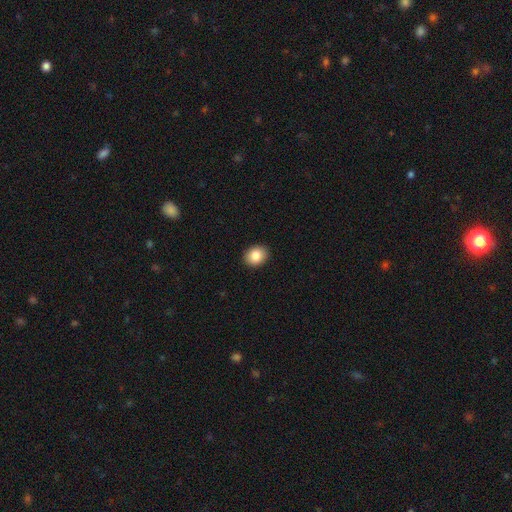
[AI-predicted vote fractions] The model was most divided on "how rounded": in between: 51%, round: 48%, cigar-shaped: 1%. More confident: merging — none (92%); smooth or featured — smooth (85%).